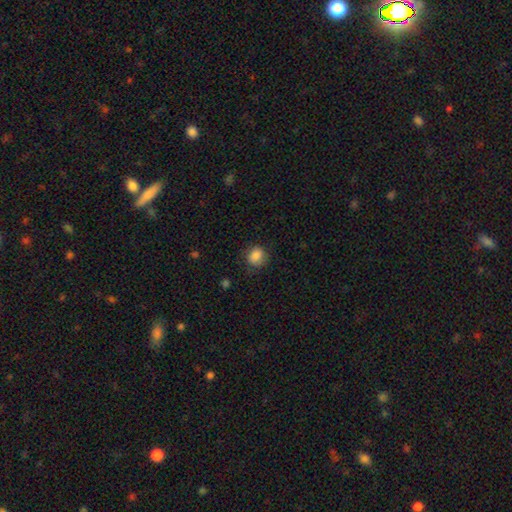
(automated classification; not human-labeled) This is clearly a smooth galaxy (86%). How rounded: likely round (72%). Merging: likely none (78%).